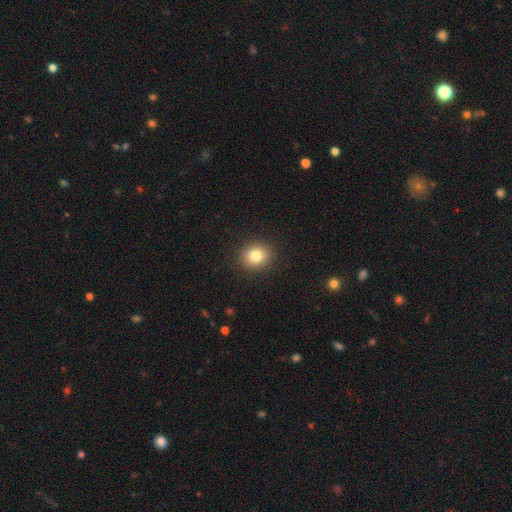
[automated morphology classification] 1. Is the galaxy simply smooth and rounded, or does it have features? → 81% smooth, 11% star or artifact, 8% featured or disk.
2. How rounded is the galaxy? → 70% round, 29% in between, 1% cigar-shaped.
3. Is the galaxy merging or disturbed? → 90% none, 6% minor disturbance, 2% major disturbance, 1% merger.